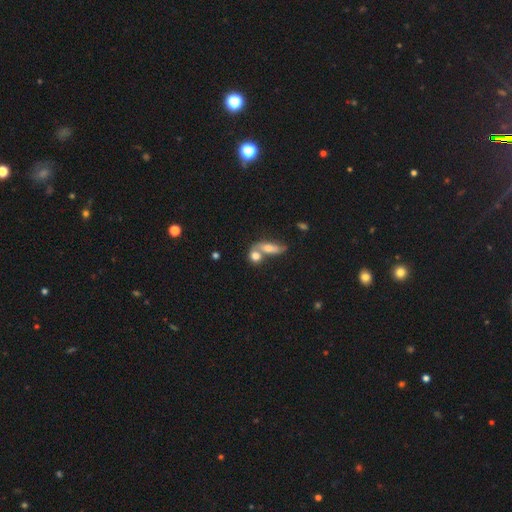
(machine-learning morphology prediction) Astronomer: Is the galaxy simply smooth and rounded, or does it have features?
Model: smooth — 69%.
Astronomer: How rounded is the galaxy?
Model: round — 47% (runner-up: in between, 42%).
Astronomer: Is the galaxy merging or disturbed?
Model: merger — 49% (runner-up: none, 35%).